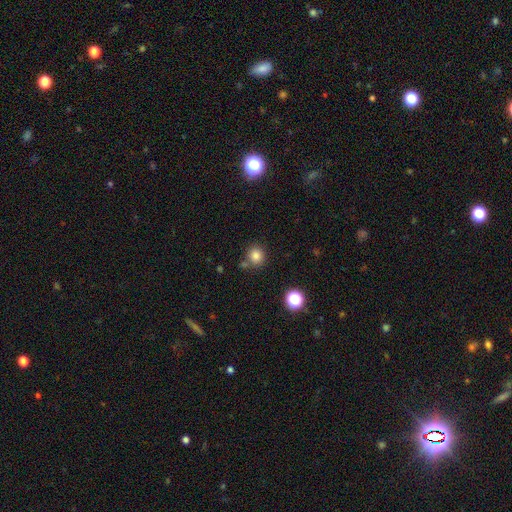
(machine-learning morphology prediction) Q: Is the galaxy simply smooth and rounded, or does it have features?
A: smooth — 82%.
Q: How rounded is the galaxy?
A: round — 89%.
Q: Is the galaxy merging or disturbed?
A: none — 76%.